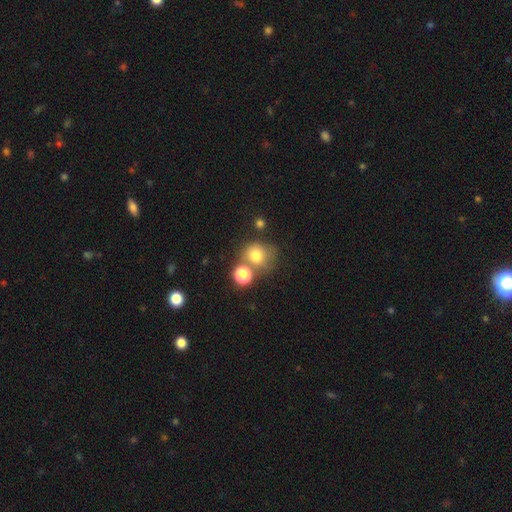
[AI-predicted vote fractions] Morphology: type=smooth (76%); roundness=round (79%); merging=none (54%).